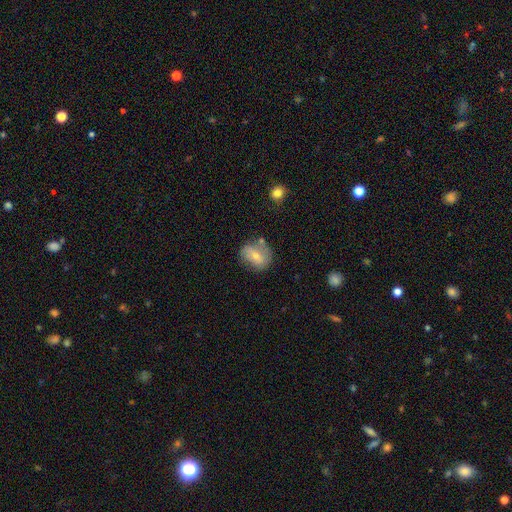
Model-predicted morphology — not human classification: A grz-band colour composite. It shows a smooth galaxy with no disk features (46%). Merging: none (66%).